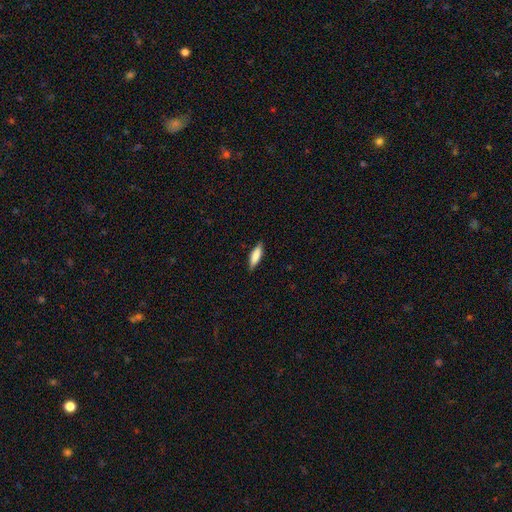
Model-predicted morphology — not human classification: A smooth galaxy with no disk features (84%) that is in between round and cigar-shaped (50%). Merging: none (85%).